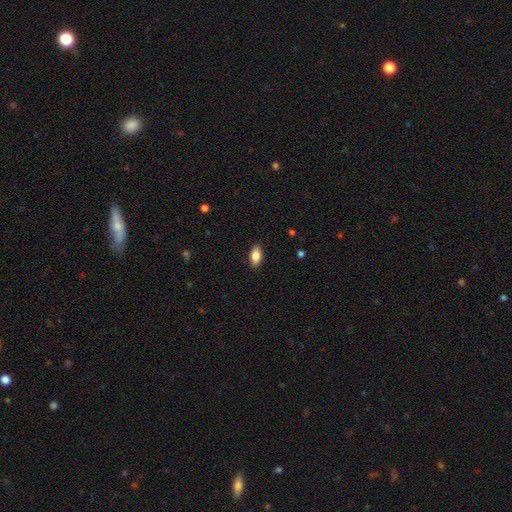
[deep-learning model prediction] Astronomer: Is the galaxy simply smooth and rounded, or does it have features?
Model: smooth — 85%.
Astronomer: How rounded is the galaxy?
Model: in between — 91%.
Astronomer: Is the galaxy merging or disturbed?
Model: none — 89%.